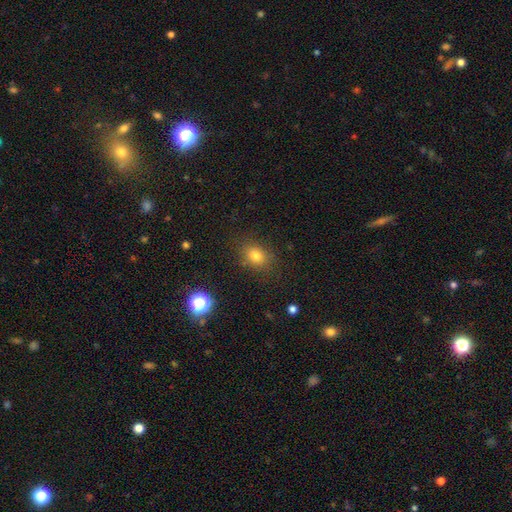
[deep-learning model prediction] smooth-or-featured: smooth: 78% | star or artifact: 15% | featured or disk: 8%
  how-rounded: in between: 55% | round: 44% | cigar-shaped: 1%
  merging: none: 83% | minor disturbance: 11% | major disturbance: 4% | merger: 2%